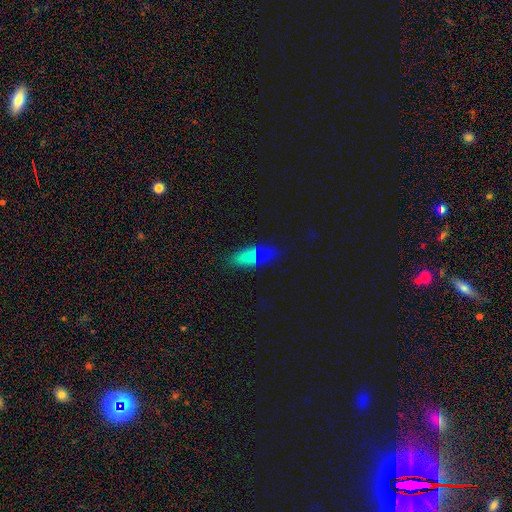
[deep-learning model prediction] Smooth or featured: smooth — 67% (star or artifact — 22%)
How rounded: in between — 77% (cigar-shaped — 18%)
Merging: none — 80% (minor disturbance — 13%)